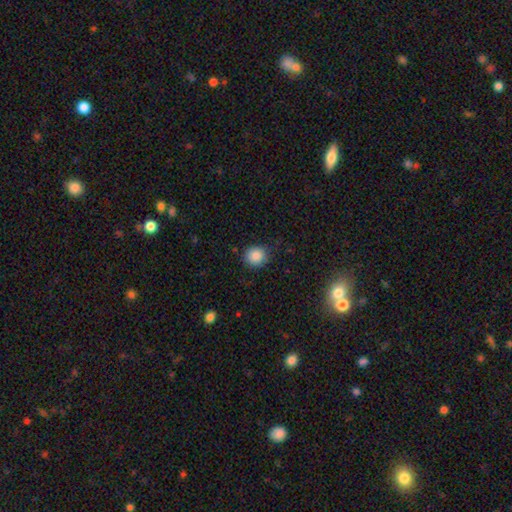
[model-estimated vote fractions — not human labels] A smooth galaxy with no disk features (86%) that is round (86%).

Vote fractions:
- Smooth or featured? smooth: 86% / star or artifact: 10% / featured or disk: 4%
- How rounded? round: 86% / in between: 14% / cigar-shaped: 1%
- Merging? none: 84% / minor disturbance: 12% / major disturbance: 3% / merger: 1%